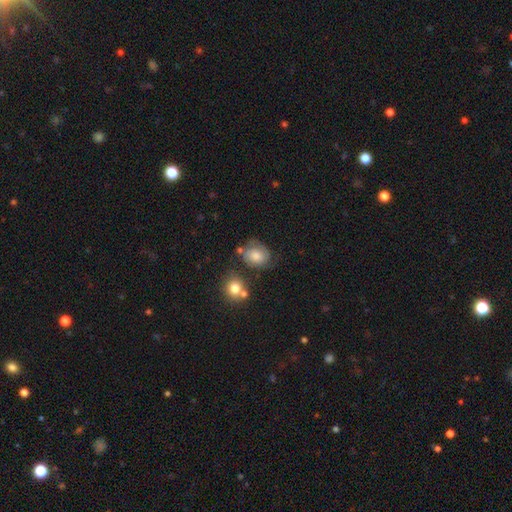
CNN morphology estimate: smooth_or_featured: smooth (p=0.54) [alt: featured or disk p=0.35]
how_rounded: round (p=0.53) [alt: in between p=0.46]
merging: none (p=0.56) [alt: minor disturbance p=0.25]